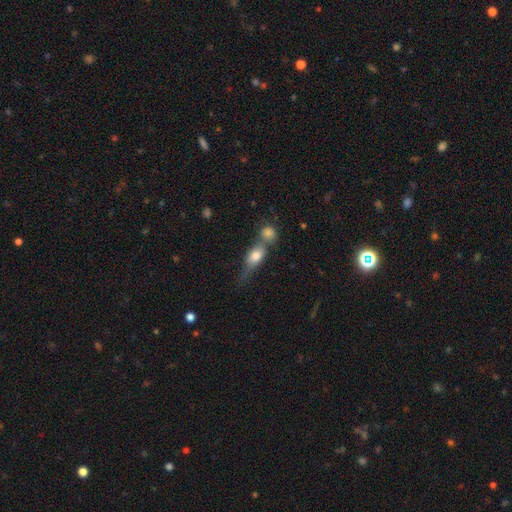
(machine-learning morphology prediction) smooth-or-featured: smooth: 69% | featured or disk: 23% | star or artifact: 8%
  how-rounded: in between: 67% | round: 19% | cigar-shaped: 14%
  merging: merger: 54% | none: 25% | minor disturbance: 13% | major disturbance: 8%